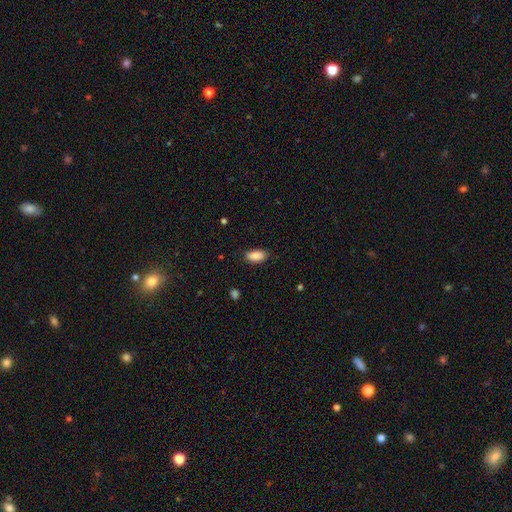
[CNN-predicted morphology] Smooth or featured? smooth (89%)
How rounded? in between (91%)
Merging? none (84%)